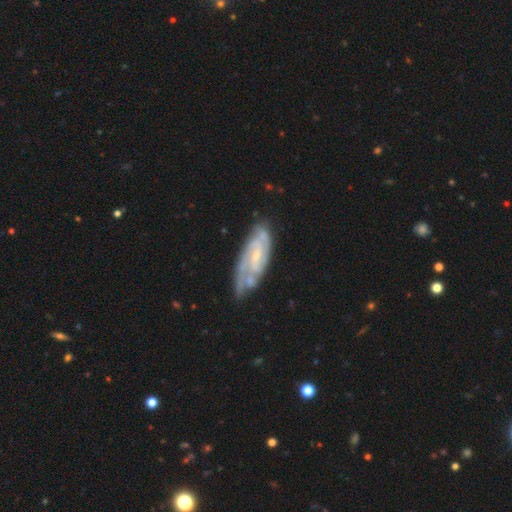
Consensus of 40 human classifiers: This appears to be a featured or disk galaxy (82%) with no bar (53%), 2 (46%) tight (54%) spiral arms (93%) and a small central bulge (70%). Merging: none (53%).